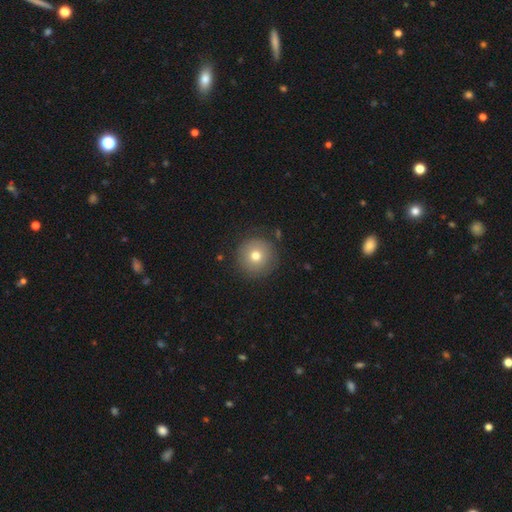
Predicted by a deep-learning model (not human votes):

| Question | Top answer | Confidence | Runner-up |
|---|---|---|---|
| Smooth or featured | smooth | 73% | featured or disk (16%) |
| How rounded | round | 96% | in between (3%) |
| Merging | none | 86% | minor disturbance (9%) |